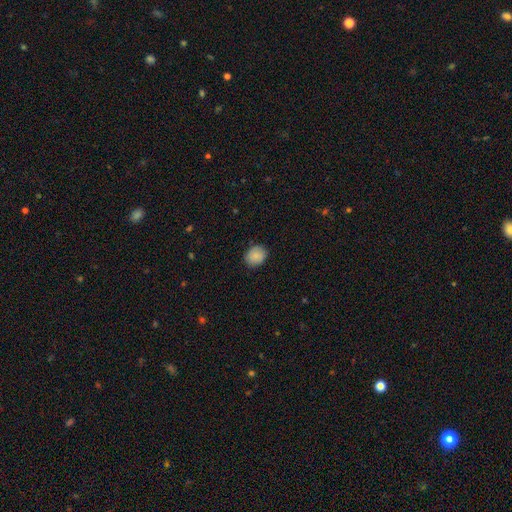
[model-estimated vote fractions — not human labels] Overall: smooth (86%). How rounded: round (67%; in between 32%). Merging: none (86%).